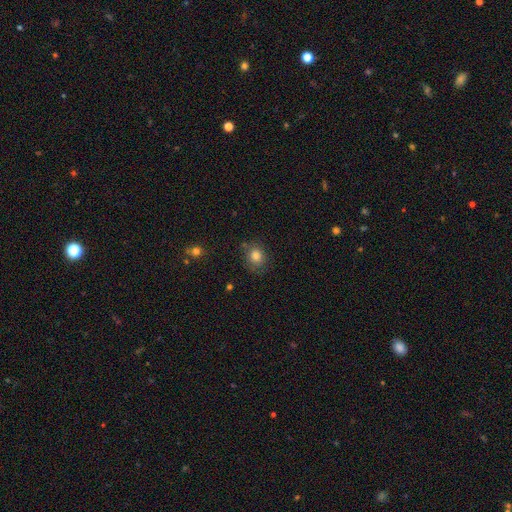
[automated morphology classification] This is clearly a smooth galaxy (81%). How rounded: likely round (74%). Merging: likely none (77%).